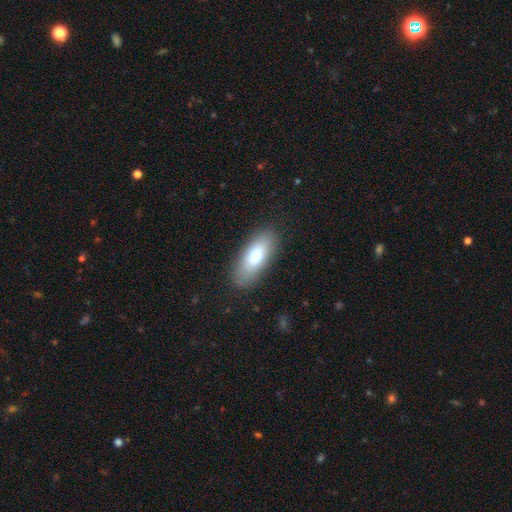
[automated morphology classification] Smooth or featured? smooth (72%)
How rounded? in between (78%)
Merging? none (87%)